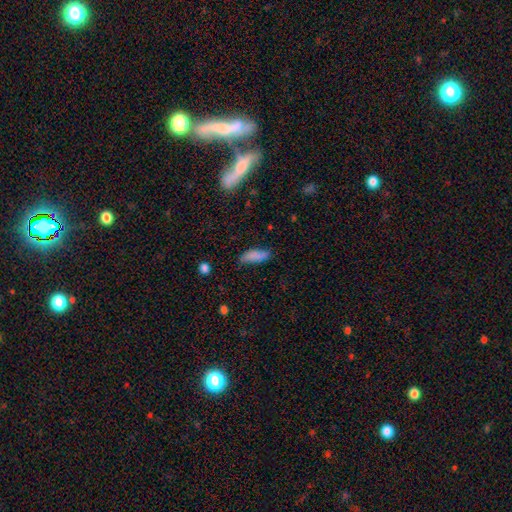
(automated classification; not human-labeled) smooth 81%, featured or disk 11%, star or artifact 8%. Down the decision tree: how rounded — in between (65%); merging — none (63%).